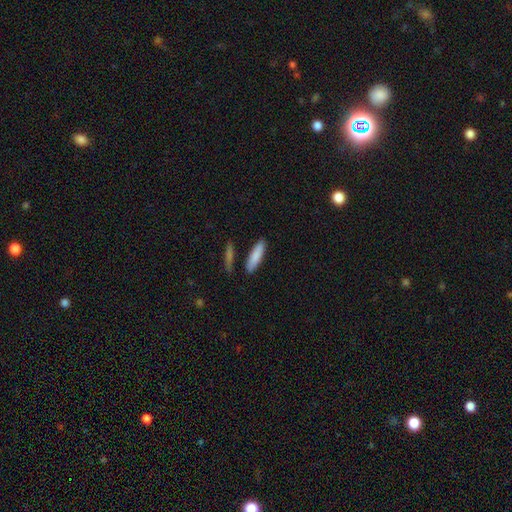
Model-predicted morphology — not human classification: smooth 85%, featured or disk 10%, star or artifact 6%. Down the decision tree: how rounded — cigar-shaped (70%); merging — none (84%).